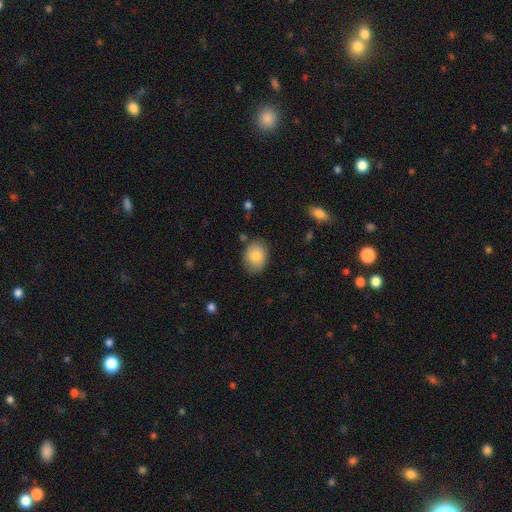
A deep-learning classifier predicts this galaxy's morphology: This is clearly a smooth galaxy (82%). How rounded: likely in between (63%). Merging: likely none (80%).